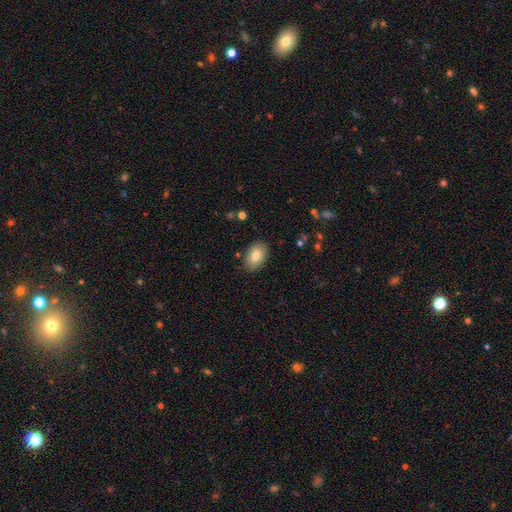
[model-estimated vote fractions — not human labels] A smooth galaxy with no disk features (79%) that is in between round and cigar-shaped (89%).

Vote fractions:
- Smooth or featured? smooth: 79% / featured or disk: 14% / star or artifact: 7%
- How rounded? in between: 89% / round: 9% / cigar-shaped: 1%
- Merging? none: 86% / minor disturbance: 10% / major disturbance: 2% / merger: 1%